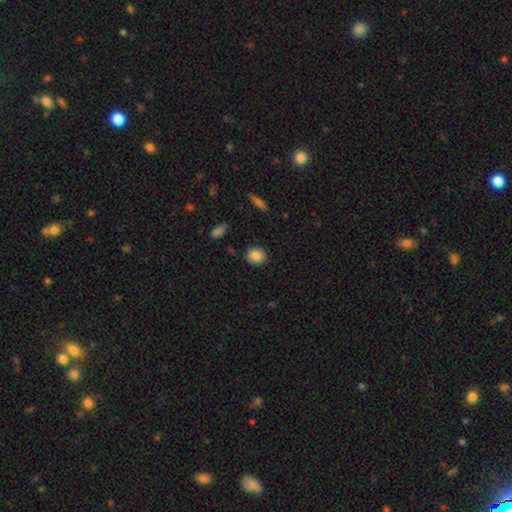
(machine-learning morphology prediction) The model was most divided on "how rounded": round: 79%, in between: 20%, cigar-shaped: 1%. More confident: merging — none (89%); smooth or featured — smooth (84%).